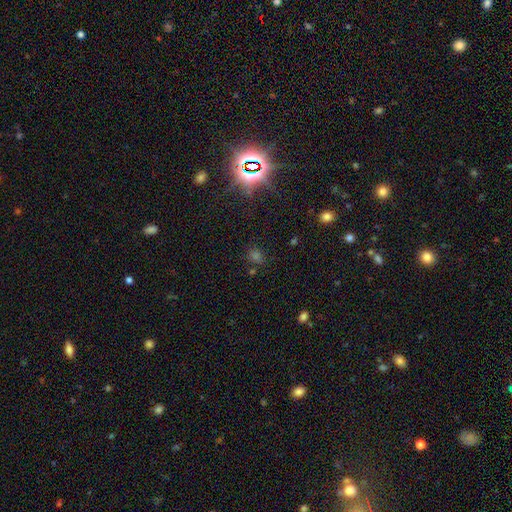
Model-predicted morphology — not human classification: Overall: star or artifact (57%; smooth 35%).